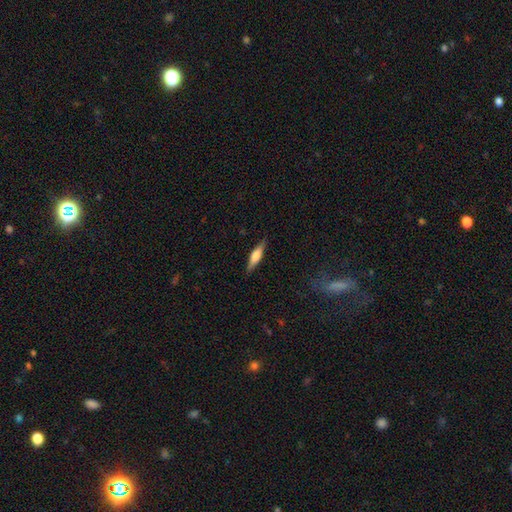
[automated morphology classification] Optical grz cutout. It shows a smooth galaxy with no disk features (49%). Merging: none (87%).